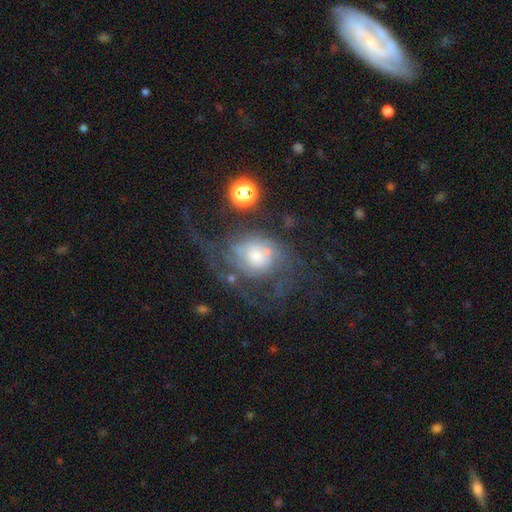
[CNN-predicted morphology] featured or disk 69%, smooth 19%, star or artifact 12%. Down the decision tree: edge-on disk — no (97%); bar — no (76%); spiral arms — yes (79%); spiral arm count — can't tell (34%); spiral winding — medium (39%); bulge size — moderate (43%); merging — major disturbance (41%).